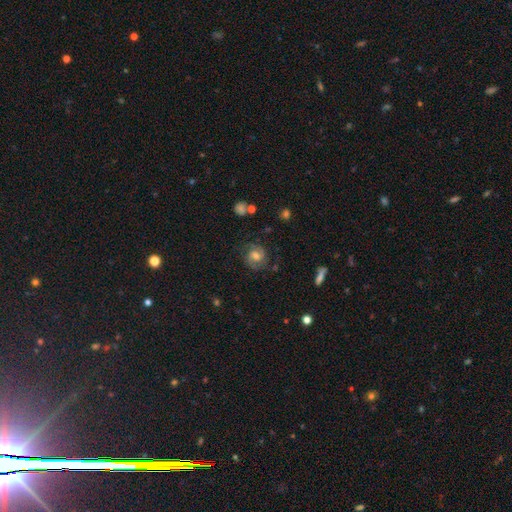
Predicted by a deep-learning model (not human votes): This is likely a featured or disk galaxy (67%). It is clearly not viewed edge-on (97%). Bar: possibly weak (46%). Spiral arm pattern: clearly yes (93%). Spiral arm count: clearly 2 (85%). Spiral winding: possibly medium (47%). Central bulge: likely moderate (62%). Merging: likely none (76%).